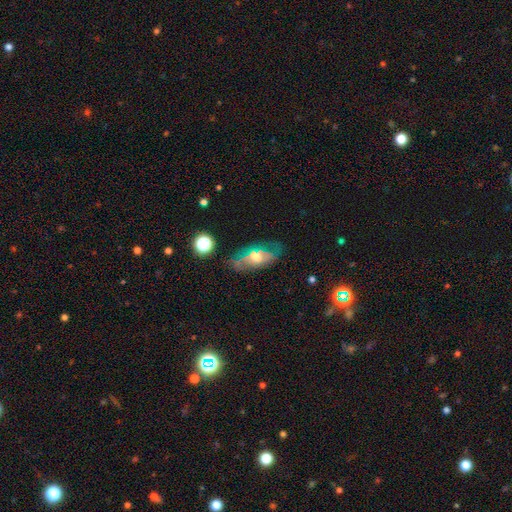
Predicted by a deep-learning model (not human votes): Smooth or featured? featured or disk (51%)
Edge-on disk? no (78%)
Merging? none (60%)